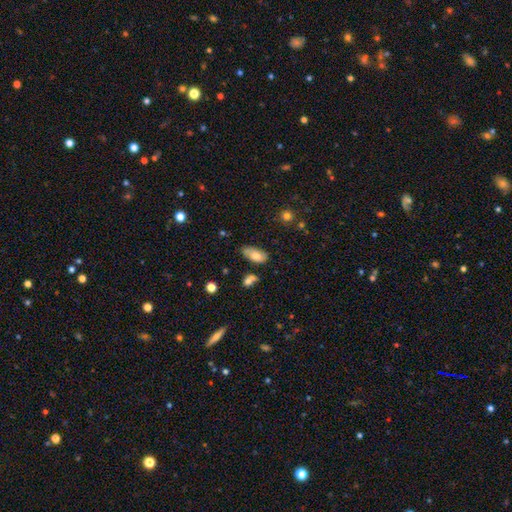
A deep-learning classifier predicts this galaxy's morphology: Overall: smooth (65%; featured or disk 27%). How rounded: in between (91%). Merging: none (51%; minor disturbance 29%).